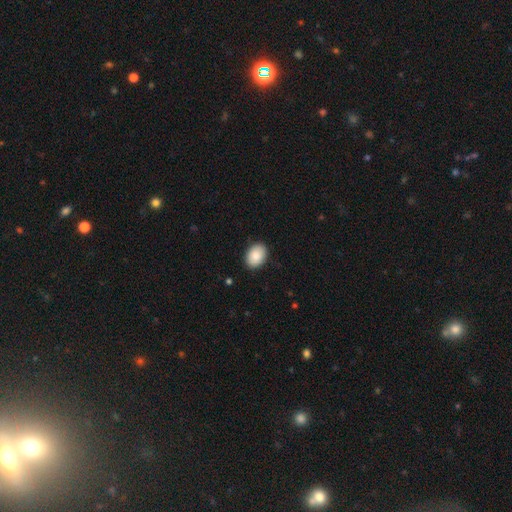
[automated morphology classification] A smooth galaxy with no disk features (88%) that is in between round and cigar-shaped (78%). Merging: none (89%).